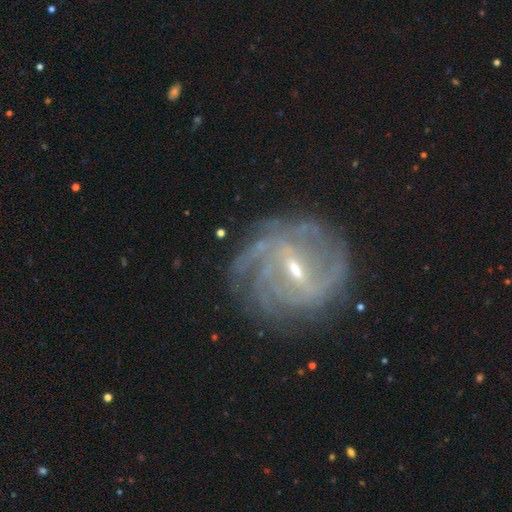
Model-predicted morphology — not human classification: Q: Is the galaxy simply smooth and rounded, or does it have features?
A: featured or disk — 87%.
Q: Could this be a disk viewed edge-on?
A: no — 96%.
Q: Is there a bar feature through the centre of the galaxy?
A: strong — 50%.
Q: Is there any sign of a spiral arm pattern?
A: yes — 96%.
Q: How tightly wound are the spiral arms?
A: tight — 56%.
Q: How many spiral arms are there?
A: can't tell — 28%.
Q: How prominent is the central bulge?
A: small — 61%.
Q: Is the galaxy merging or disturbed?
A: none — 77%.